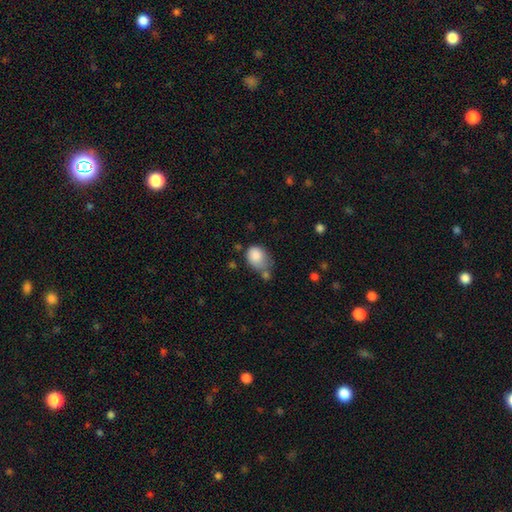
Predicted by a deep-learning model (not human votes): This is clearly a smooth galaxy (83%). How rounded: likely in between (61%). Merging: marginally minor disturbance (33%).